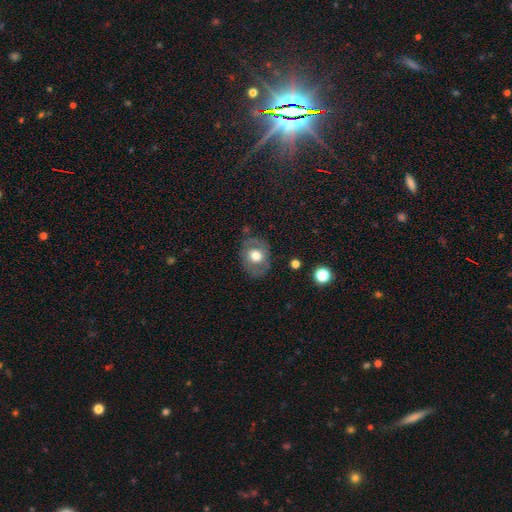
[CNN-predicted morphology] A smooth galaxy with no disk features (56%) that is round (54%). Merging: none (74%).